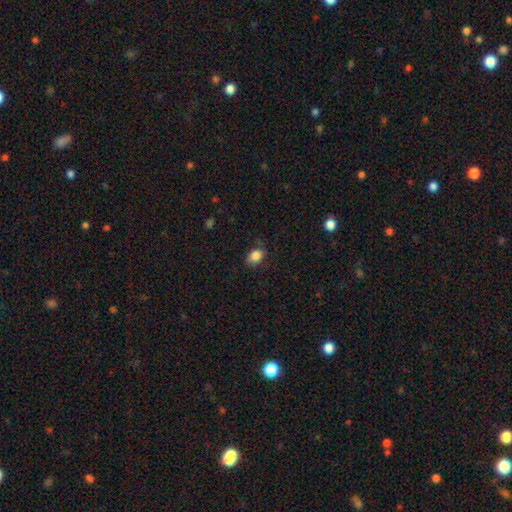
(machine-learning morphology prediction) This is clearly a smooth galaxy (86%). How rounded: likely in between (72%). Merging: likely none (73%).